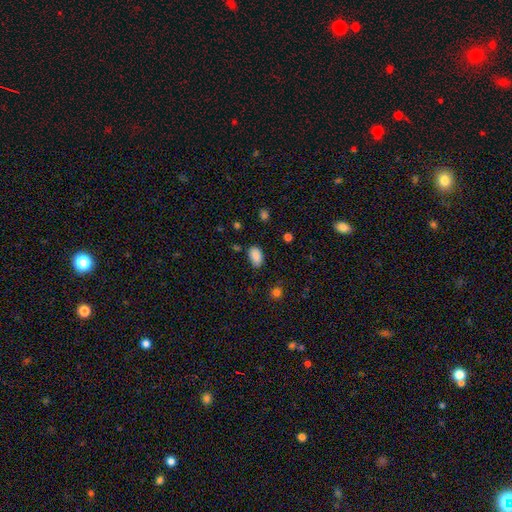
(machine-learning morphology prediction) A smooth galaxy with no disk features (87%) that is in between round and cigar-shaped (92%).

Vote fractions:
- Smooth or featured? smooth: 87% / star or artifact: 9% / featured or disk: 4%
- How rounded? in between: 92% / round: 6% / cigar-shaped: 2%
- Merging? none: 74% / minor disturbance: 20% / major disturbance: 4% / merger: 2%